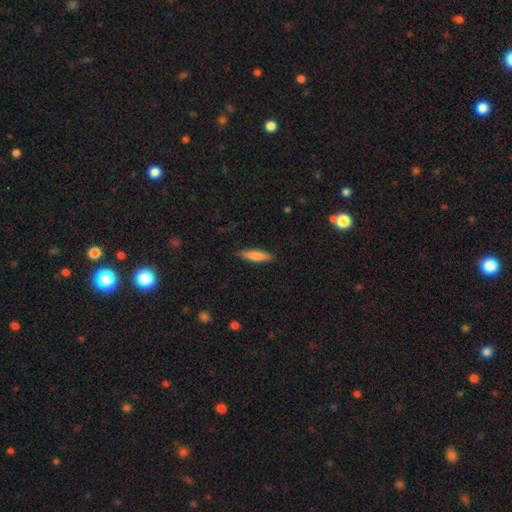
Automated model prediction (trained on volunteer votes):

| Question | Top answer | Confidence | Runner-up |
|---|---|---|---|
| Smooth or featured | smooth | 78% | featured or disk (16%) |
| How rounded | cigar-shaped | 71% | in between (27%) |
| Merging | none | 87% | minor disturbance (9%) |